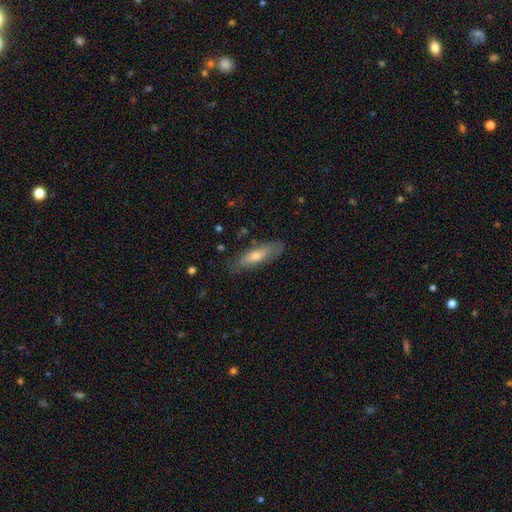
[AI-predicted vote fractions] smooth 59%, featured or disk 34%, star or artifact 7%. Down the decision tree: how rounded — cigar-shaped (60%); merging — none (81%).